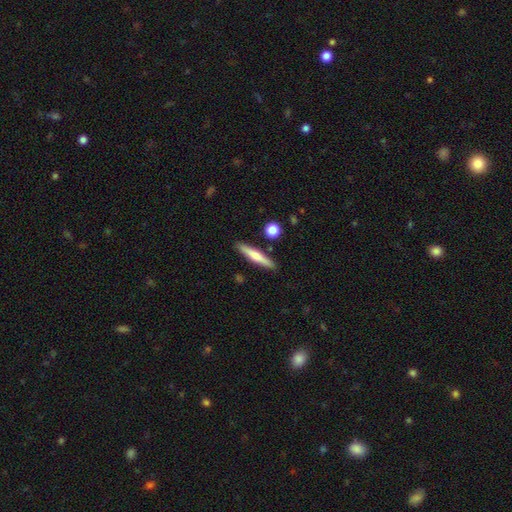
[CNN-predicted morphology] type=smooth (56%); roundness=cigar-shaped (90%); merging=none (88%).